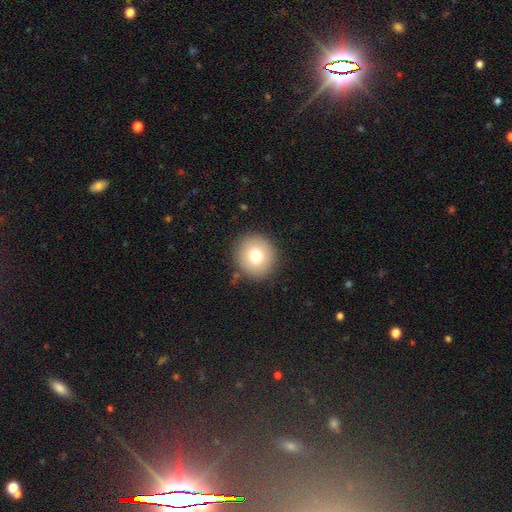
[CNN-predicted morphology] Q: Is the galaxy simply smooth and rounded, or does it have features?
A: smooth — 75%.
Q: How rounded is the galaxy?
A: round — 90%.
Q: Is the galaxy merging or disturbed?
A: none — 89%.